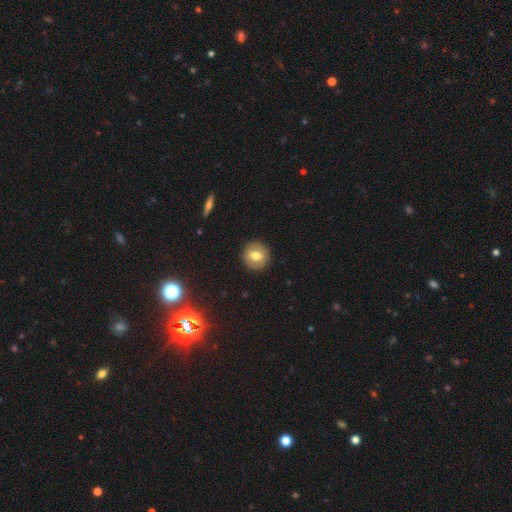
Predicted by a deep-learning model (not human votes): Morphology: type=smooth (67%); roundness=round (90%); merging=none (91%).